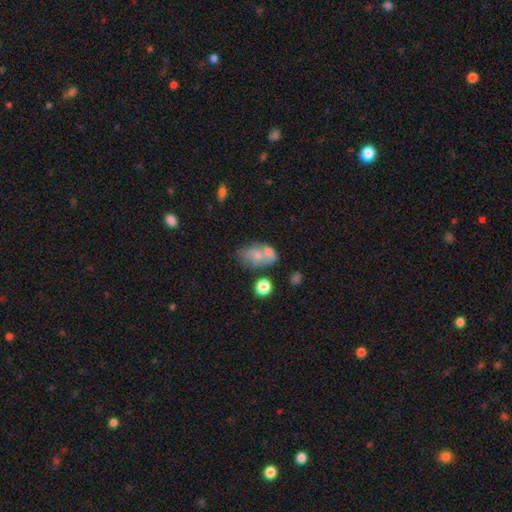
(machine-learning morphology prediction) Smooth or featured?
  - smooth: 62% *
  - featured or disk: 28%
  - star or artifact: 10%
How rounded?
  - in between: 81% *
  - round: 17%
  - cigar-shaped: 2%
Merging?
  - merger: 39% *
  - none: 31%
  - minor disturbance: 18%
  - major disturbance: 12%